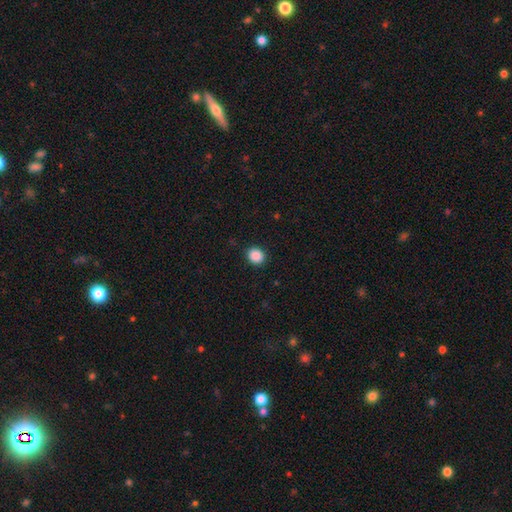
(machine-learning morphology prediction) Smooth or featured?
  - smooth: 88% *
  - star or artifact: 9%
  - featured or disk: 2%
How rounded?
  - round: 73% *
  - in between: 26%
  - cigar-shaped: 1%
Merging?
  - none: 91% *
  - minor disturbance: 6%
  - major disturbance: 2%
  - merger: 1%